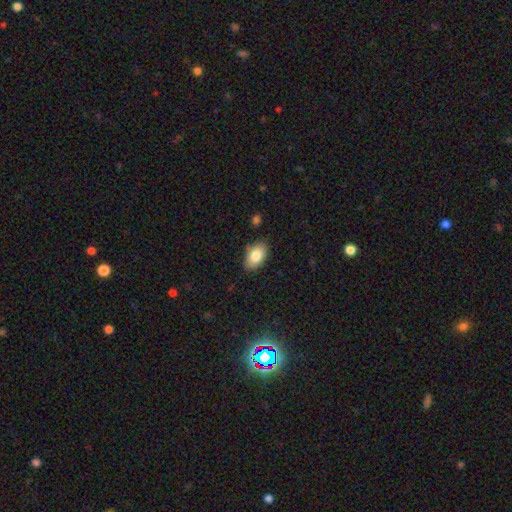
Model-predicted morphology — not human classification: type=smooth (83%); roundness=in between (92%); merging=none (83%).